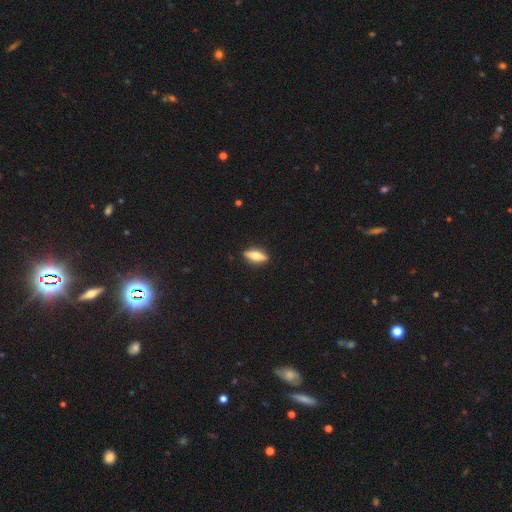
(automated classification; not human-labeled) The model was most divided on "how rounded" (2-way tie): in between: 48%, cigar-shaped: 48%, round: 3%. More confident: merging — none (89%); smooth or featured — smooth (51%).